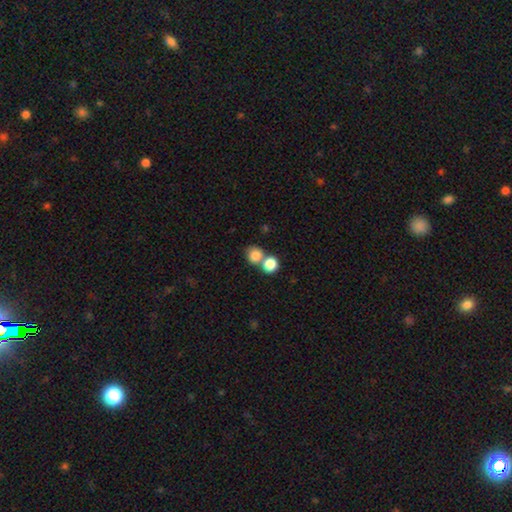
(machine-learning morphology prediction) type=smooth (82%); roundness=round (82%); merging=none (48%).